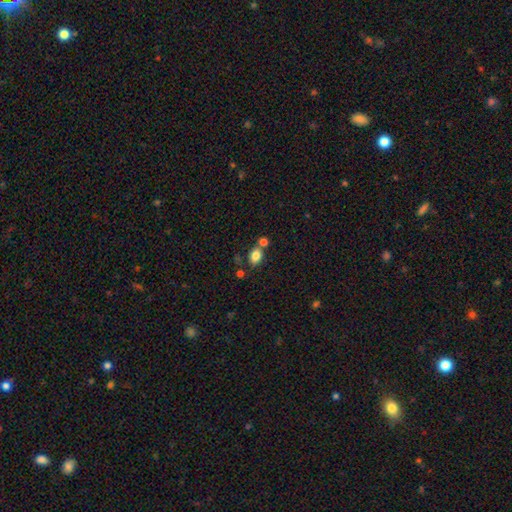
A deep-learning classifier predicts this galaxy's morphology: smooth-or-featured: smooth: 83% | star or artifact: 10% | featured or disk: 7%
  how-rounded: in between: 76% | round: 23% | cigar-shaped: 1%
  merging: none: 64% | merger: 20% | minor disturbance: 12% | major disturbance: 4%